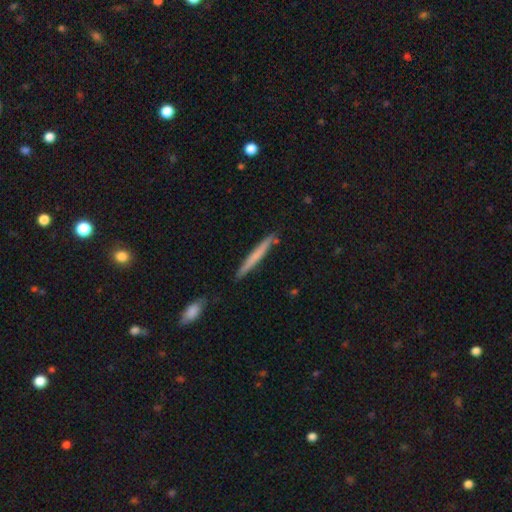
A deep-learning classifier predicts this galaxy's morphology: Overall: smooth (61%; featured or disk 33%). How rounded: cigar-shaped (96%). Merging: none (85%).